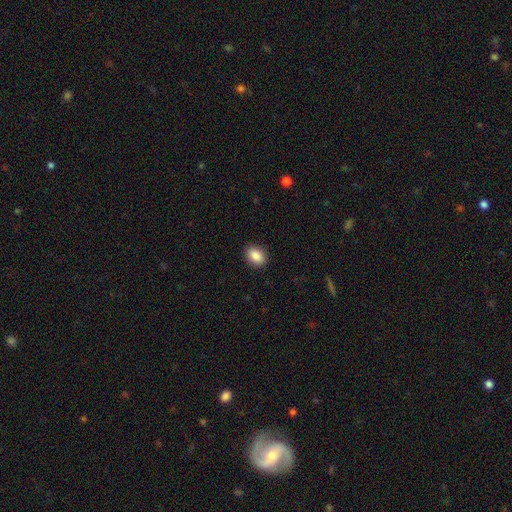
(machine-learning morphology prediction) This appears to be a smooth galaxy with no disk features (88%) that is in between round and cigar-shaped (69%). Merging: none (90%).